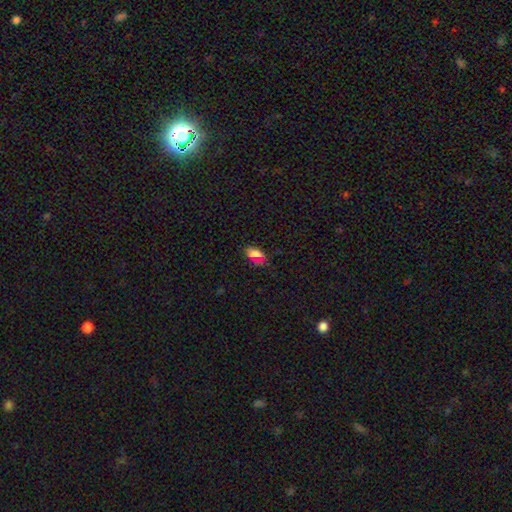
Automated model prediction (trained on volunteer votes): Smooth or featured? Predicted: smooth (p=0.75). How rounded? Predicted: in between (p=0.88). Merging? Predicted: none (p=0.73).